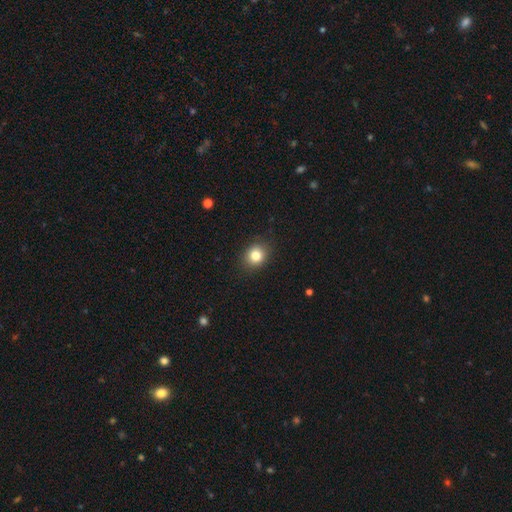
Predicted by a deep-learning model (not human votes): Smooth or featured? smooth (82%)
How rounded? round (67%)
Merging? none (88%)